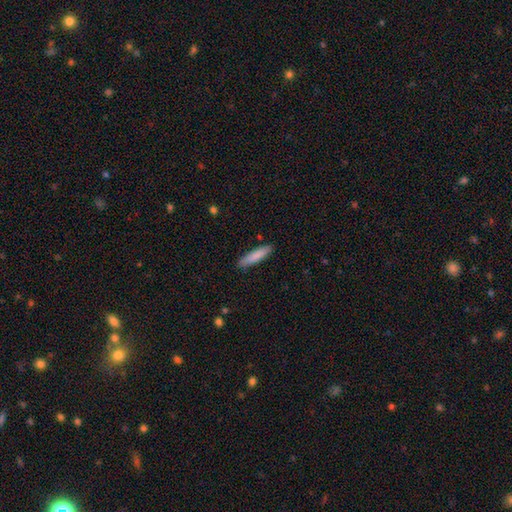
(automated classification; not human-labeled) smooth 84%, featured or disk 11%, star or artifact 6%. Down the decision tree: how rounded — cigar-shaped (84%); merging — none (88%).